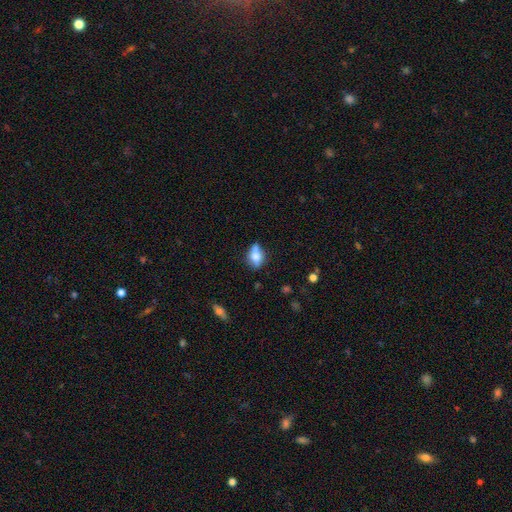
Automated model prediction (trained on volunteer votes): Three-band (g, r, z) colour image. It shows a smooth galaxy with no disk features (59%) that is in between round and cigar-shaped (73%). Merging: none (55%).